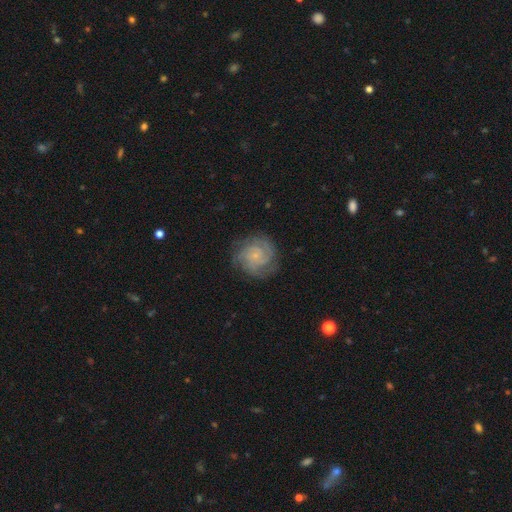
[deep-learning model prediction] Smooth or featured? featured or disk (78%)
Edge-on disk? no (98%)
Bar? no (77%)
Spiral arms? yes (96%)
Spiral winding? tight (69%)
Spiral arm count? 3 (28%)
Bulge size? small (77%)
Merging? none (79%)